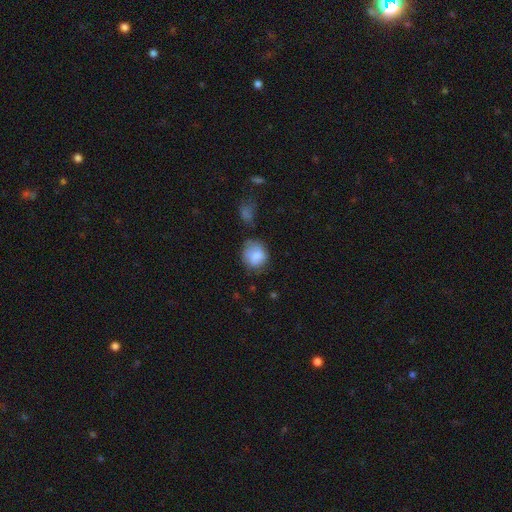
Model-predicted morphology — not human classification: smooth_or_featured: smooth (p=0.80) [alt: featured or disk p=0.11]
how_rounded: round (p=0.71) [alt: in between p=0.28]
merging: none (p=0.56) [alt: minor disturbance p=0.28]